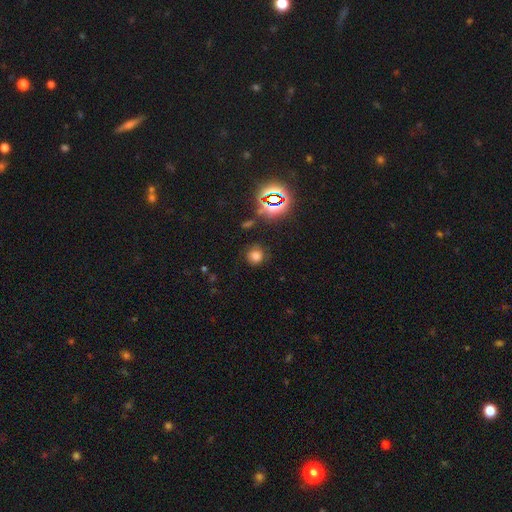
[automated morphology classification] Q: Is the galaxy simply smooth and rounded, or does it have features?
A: smooth — 66%.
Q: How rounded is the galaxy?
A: round — 86%.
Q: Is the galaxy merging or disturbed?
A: none — 80%.